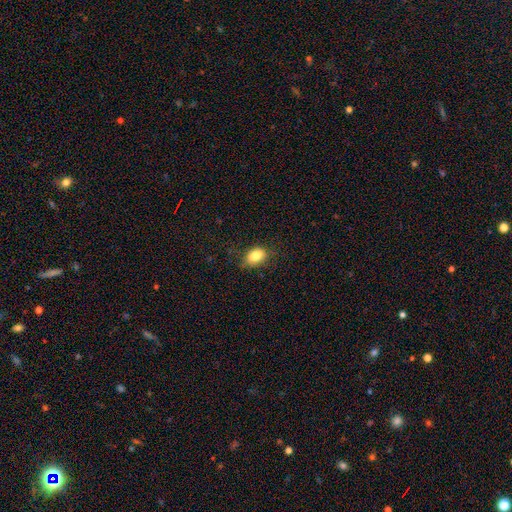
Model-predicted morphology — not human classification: Q: Smooth or featured?
A: smooth (82%); runner-up: star or artifact (9%)
Q: How rounded?
A: in between (77%); runner-up: round (22%)
Q: Merging?
A: none (78%); runner-up: minor disturbance (17%)